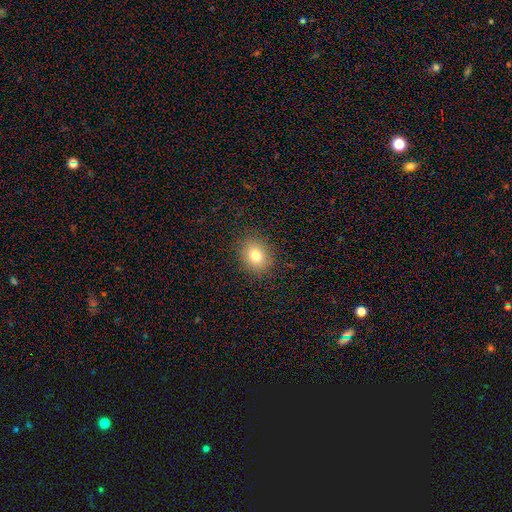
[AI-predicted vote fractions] The model was most divided on "how rounded": round: 54%, in between: 45%, cigar-shaped: 1%. More confident: merging — none (87%); smooth or featured — smooth (80%).